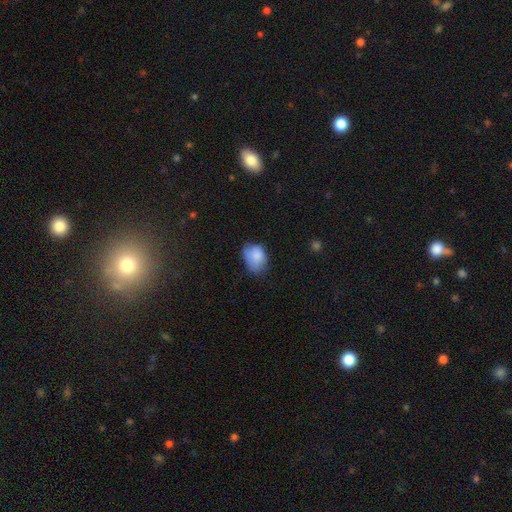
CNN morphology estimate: This appears to be a smooth galaxy with no disk features (82%) that is in between round and cigar-shaped (71%). Merging: none (43%).